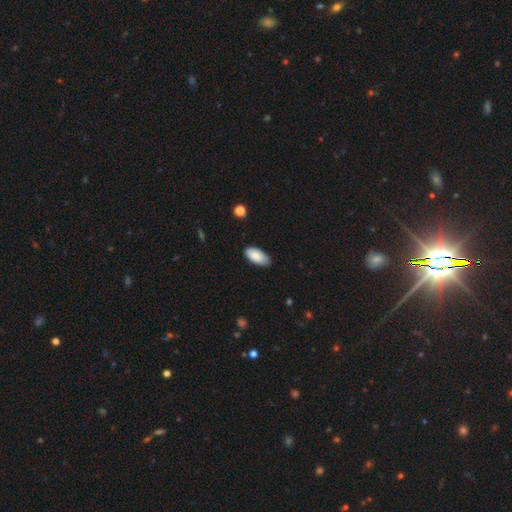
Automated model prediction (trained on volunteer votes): smooth 84%, featured or disk 9%, star or artifact 6%. Down the decision tree: how rounded — in between (94%); merging — none (79%).